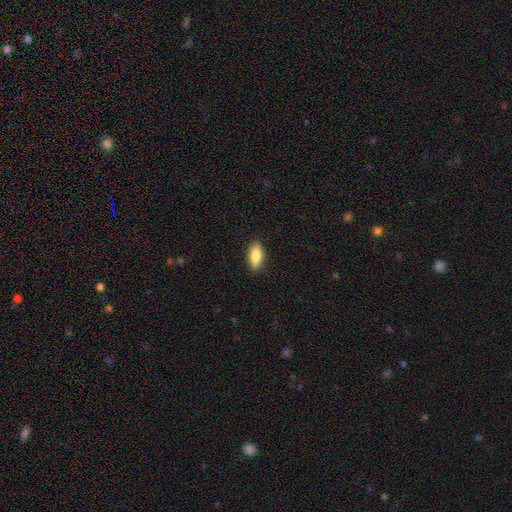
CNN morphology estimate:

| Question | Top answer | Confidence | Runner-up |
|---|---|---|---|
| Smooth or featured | smooth | 83% | featured or disk (11%) |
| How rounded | in between | 80% | cigar-shaped (17%) |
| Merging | none | 89% | minor disturbance (9%) |